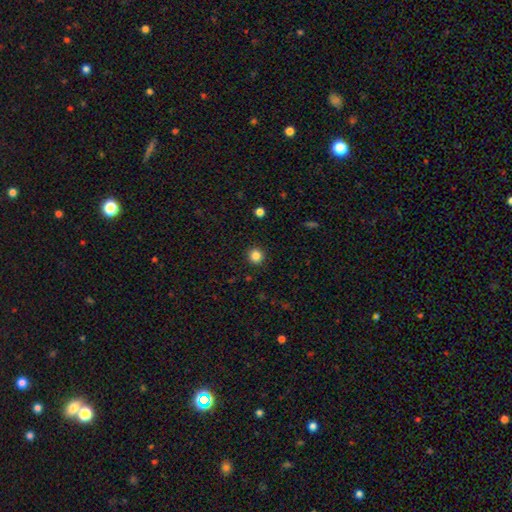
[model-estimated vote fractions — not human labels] The model was most divided on "smooth or featured": smooth: 84%, star or artifact: 12%, featured or disk: 4%. More confident: how rounded — round (94%); merging — none (92%).